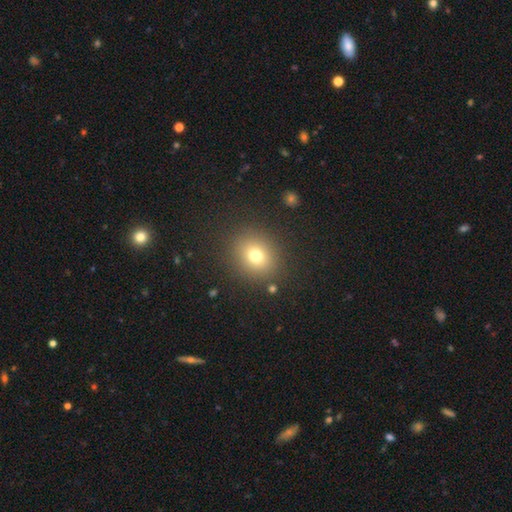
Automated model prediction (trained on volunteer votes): Morphology: type=smooth (73%); roundness=round (71%); merging=none (87%).